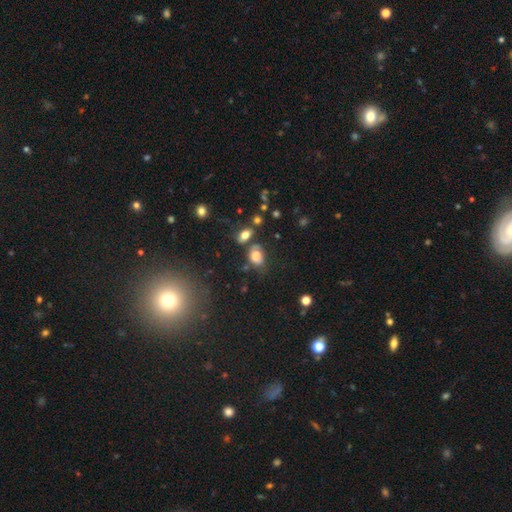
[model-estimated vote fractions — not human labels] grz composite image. It shows a smooth galaxy with no disk features (74%) that is in between round and cigar-shaped (78%). Merging: none (49%).